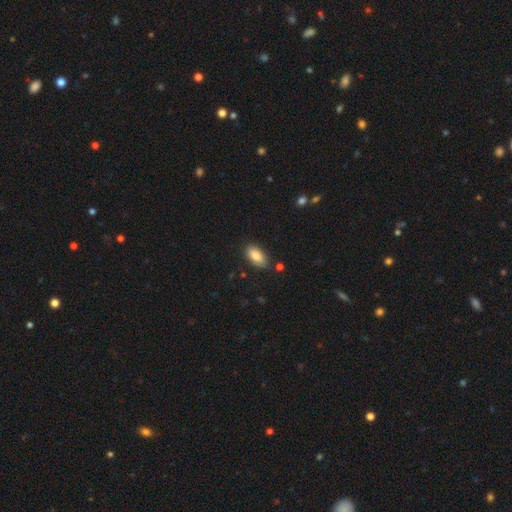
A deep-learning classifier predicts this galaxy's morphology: The model was most divided on "merging": none: 82%, minor disturbance: 12%, merger: 3%, major disturbance: 3%. More confident: how rounded — in between (91%); smooth or featured — smooth (86%).